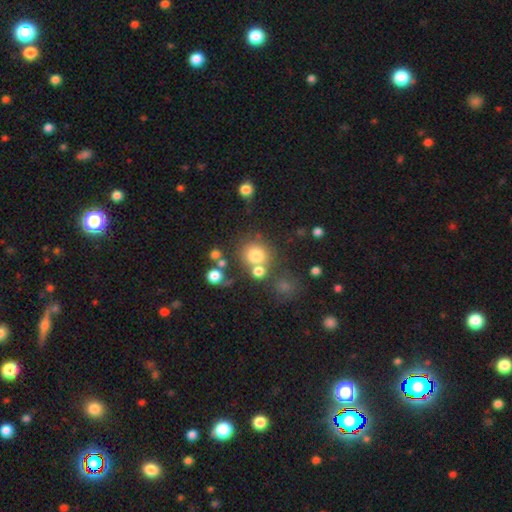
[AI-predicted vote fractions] This is likely a smooth galaxy (76%). How rounded: clearly round (87%). Merging: possibly none (59%).